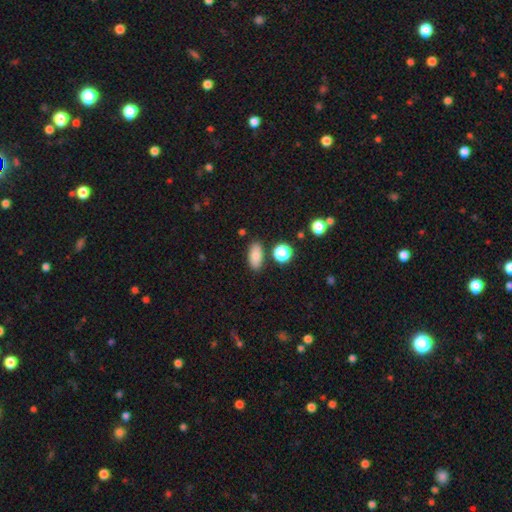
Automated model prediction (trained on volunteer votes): Q: Smooth or featured?
A: smooth (83%); runner-up: star or artifact (10%)
Q: How rounded?
A: in between (85%); runner-up: cigar-shaped (8%)
Q: Merging?
A: none (83%); runner-up: minor disturbance (10%)